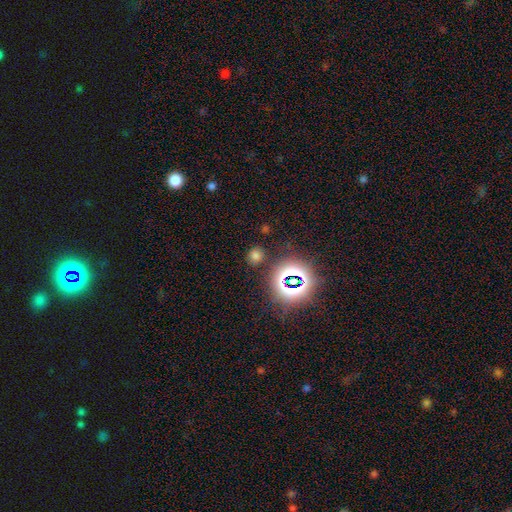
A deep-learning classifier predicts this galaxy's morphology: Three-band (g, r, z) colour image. It shows a smooth galaxy with no disk features (63%) that is round (70%). Merging: none (83%).